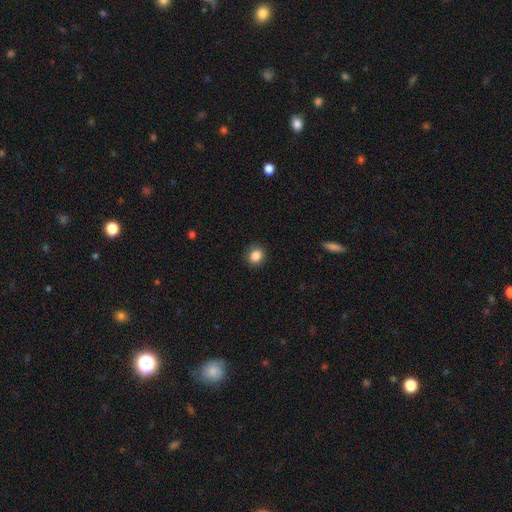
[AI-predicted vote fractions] Smooth or featured? Predicted: smooth (p=0.86). How rounded? Predicted: round (p=0.79). Merging? Predicted: none (p=0.89).